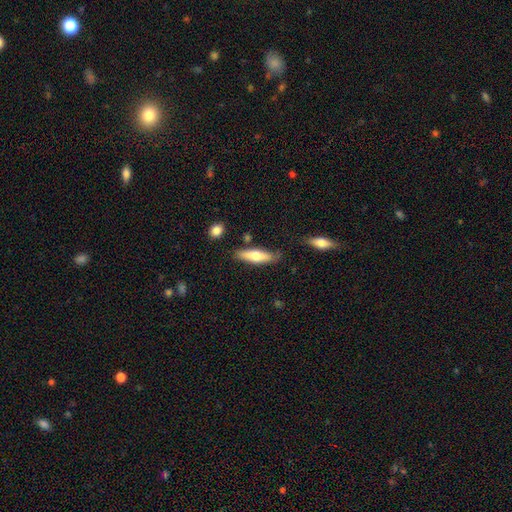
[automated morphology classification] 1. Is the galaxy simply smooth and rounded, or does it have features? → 66% smooth, 28% featured or disk, 6% star or artifact.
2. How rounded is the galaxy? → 63% cigar-shaped, 35% in between, 2% round.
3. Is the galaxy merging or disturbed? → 76% none, 16% minor disturbance, 5% merger, 3% major disturbance.